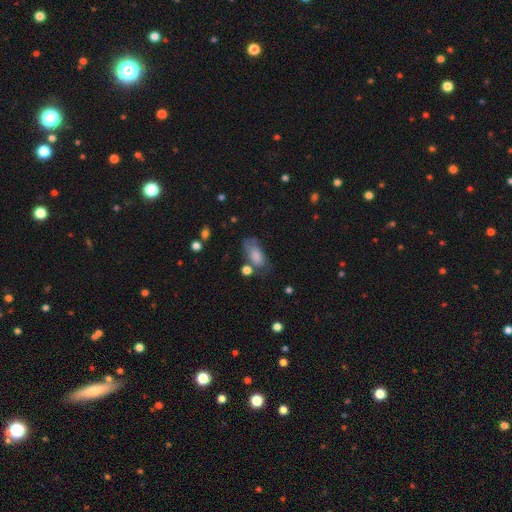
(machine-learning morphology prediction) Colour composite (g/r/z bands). It shows a smooth galaxy with no disk features (77%) that is in between round and cigar-shaped (90%). Merging: none (45%).